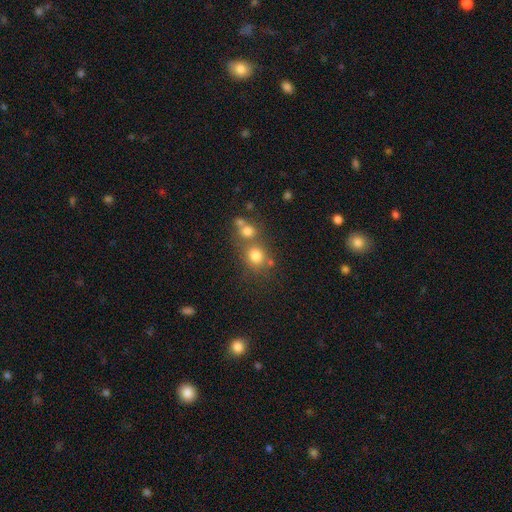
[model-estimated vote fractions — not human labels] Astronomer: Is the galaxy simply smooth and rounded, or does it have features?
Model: smooth — 76%.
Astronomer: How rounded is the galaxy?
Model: round — 77%.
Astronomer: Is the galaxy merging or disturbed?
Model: none — 53% (runner-up: merger, 34%).